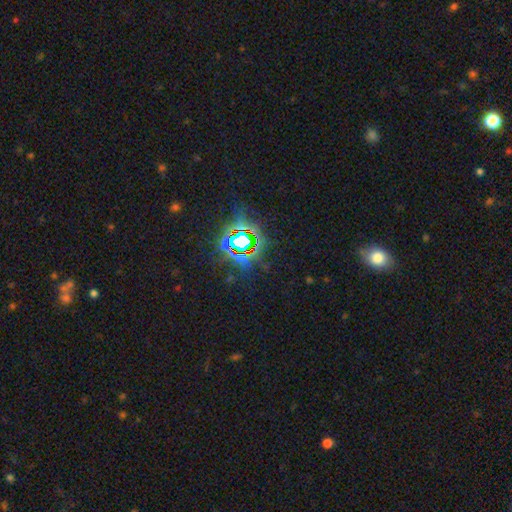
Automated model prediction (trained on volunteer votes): This appears to be a star or artifact, not a galaxy (77%).